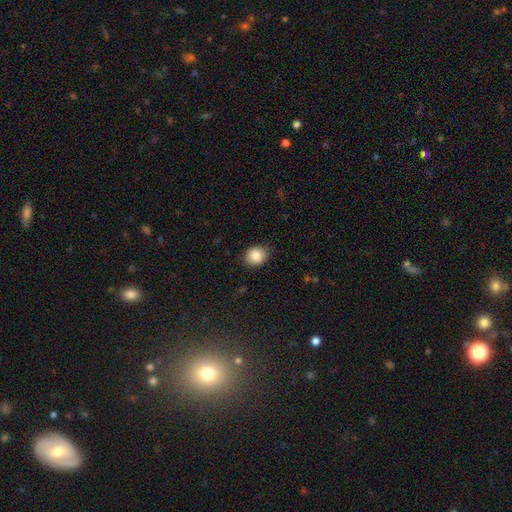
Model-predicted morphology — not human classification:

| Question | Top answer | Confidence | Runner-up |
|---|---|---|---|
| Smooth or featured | smooth | 87% | star or artifact (9%) |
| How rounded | round | 69% | in between (30%) |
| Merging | none | 84% | minor disturbance (12%) |